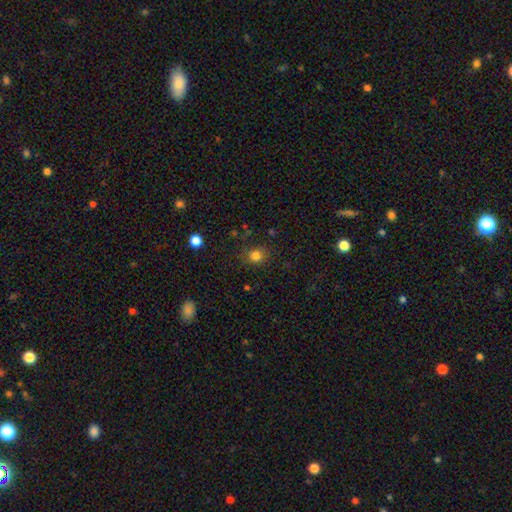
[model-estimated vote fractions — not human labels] Overall: smooth (82%). How rounded: round (76%). Merging: none (81%).